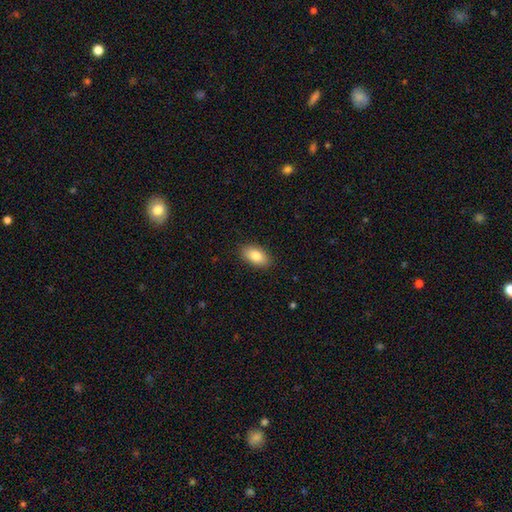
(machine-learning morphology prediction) Smooth or featured? Predicted: smooth (p=0.84). How rounded? Predicted: in between (p=0.93). Merging? Predicted: none (p=0.89).